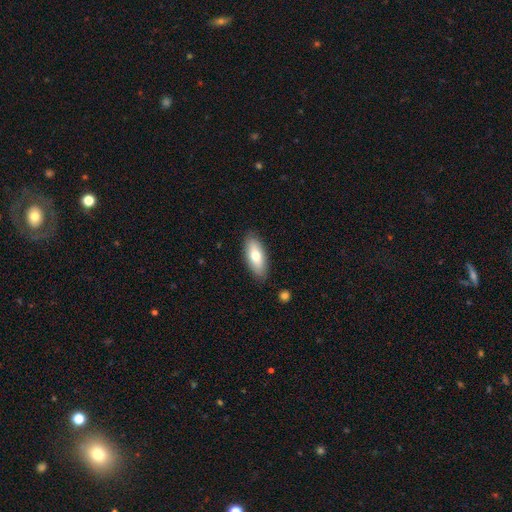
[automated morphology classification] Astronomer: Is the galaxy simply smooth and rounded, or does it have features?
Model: smooth — 71%.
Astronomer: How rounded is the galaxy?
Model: in between — 76%.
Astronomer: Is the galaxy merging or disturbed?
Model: none — 86%.